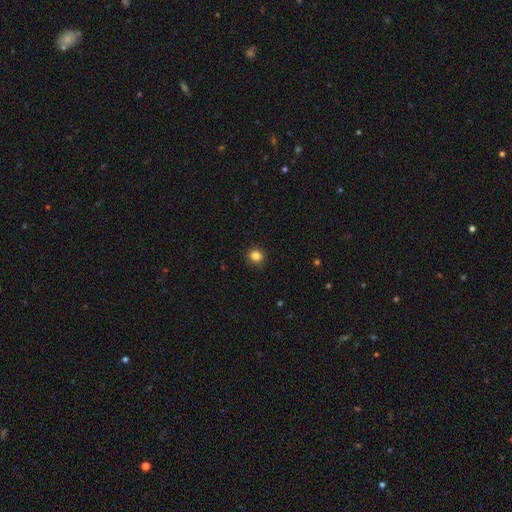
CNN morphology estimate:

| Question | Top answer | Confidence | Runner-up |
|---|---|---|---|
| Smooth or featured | smooth | 85% | star or artifact (11%) |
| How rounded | round | 78% | in between (21%) |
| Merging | none | 89% | minor disturbance (8%) |